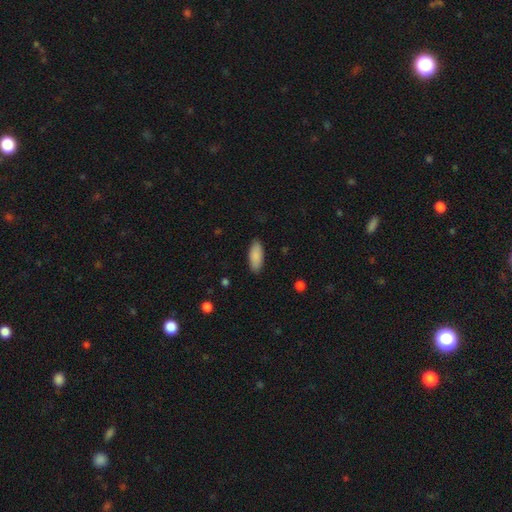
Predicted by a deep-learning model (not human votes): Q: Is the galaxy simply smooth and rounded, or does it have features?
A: smooth — 89%.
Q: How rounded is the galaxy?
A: in between — 82%.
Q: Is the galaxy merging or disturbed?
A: none — 88%.